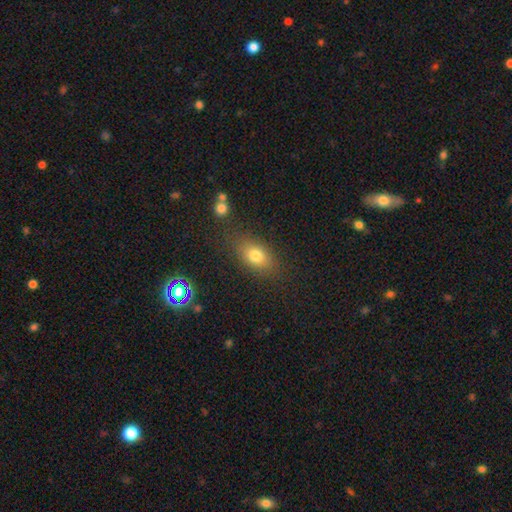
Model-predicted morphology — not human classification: Smooth or featured: smooth — 76% (star or artifact — 13%)
How rounded: in between — 76% (round — 20%)
Merging: none — 78% (minor disturbance — 14%)